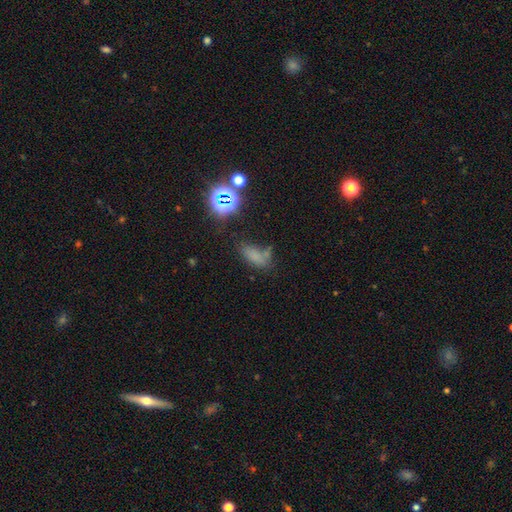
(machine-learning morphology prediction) This is likely a smooth galaxy (62%). How rounded: likely in between (79%). Merging: marginally none (45%).